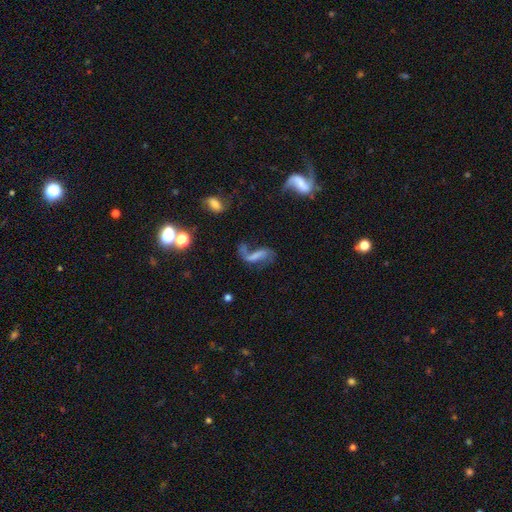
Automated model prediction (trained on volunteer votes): A featured or disk galaxy (52%). Merging: major disturbance (36%).